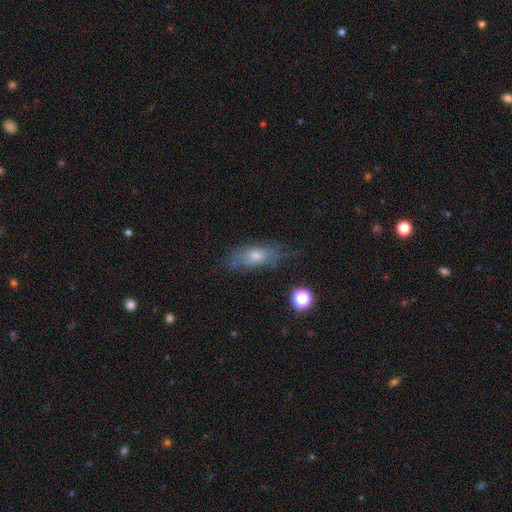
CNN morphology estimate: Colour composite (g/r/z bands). It shows a smooth galaxy with no disk features (51%) that is in between round and cigar-shaped (64%). Merging: none (62%).